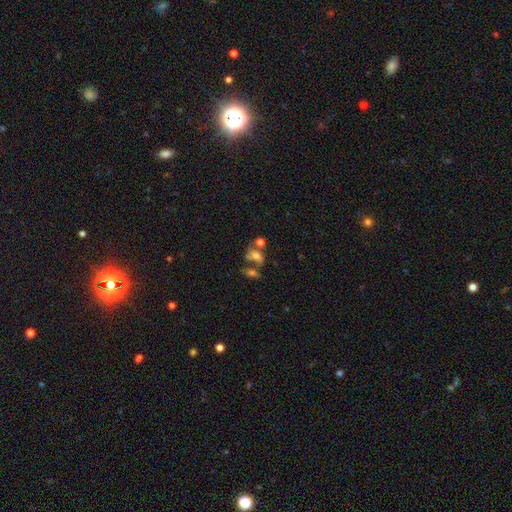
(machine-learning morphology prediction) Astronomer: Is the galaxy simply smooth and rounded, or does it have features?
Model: smooth — 61%.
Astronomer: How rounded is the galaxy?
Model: in between — 73%.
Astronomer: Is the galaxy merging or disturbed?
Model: merger — 43% (runner-up: none, 33%).